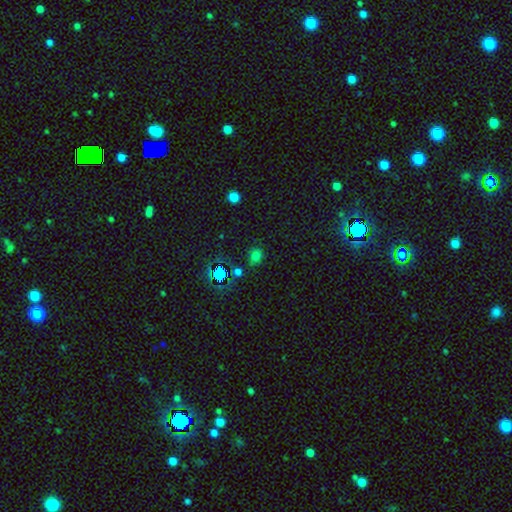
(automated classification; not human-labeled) This is likely a smooth galaxy (65%). How rounded: likely round (72%). Merging: likely none (79%).